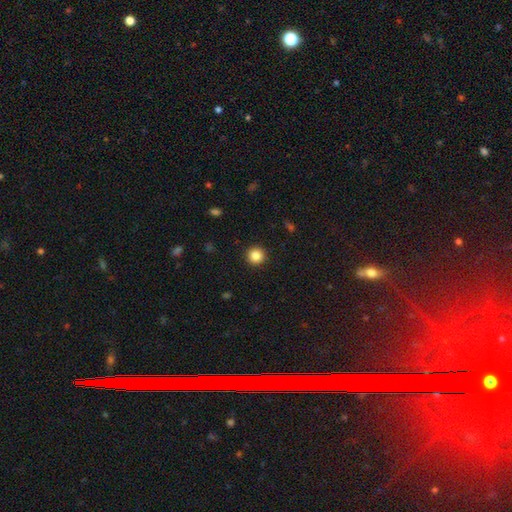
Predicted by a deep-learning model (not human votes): A smooth galaxy with no disk features (85%) that is round (95%). Merging: none (93%).